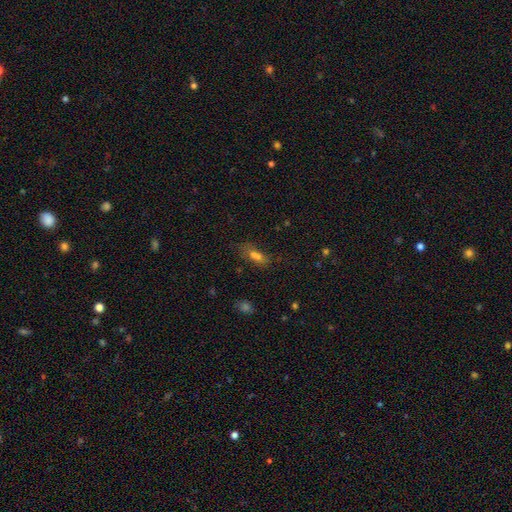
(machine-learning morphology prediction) smooth 63%, star or artifact 21%, featured or disk 16%. Down the decision tree: how rounded — in between (65%); merging — none (47%).